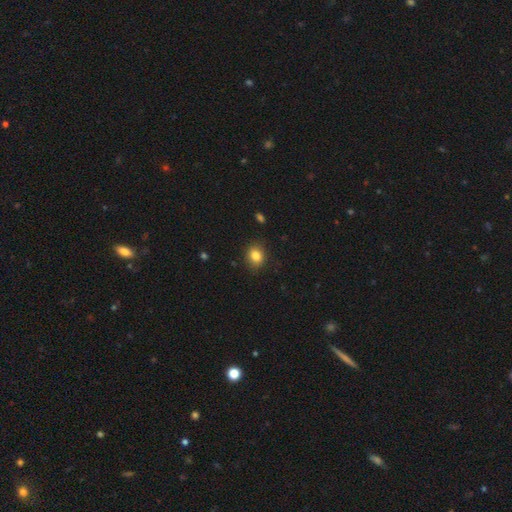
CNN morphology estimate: smooth-or-featured: smooth: 84% | star or artifact: 10% | featured or disk: 6%
  how-rounded: round: 58% | in between: 41% | cigar-shaped: 1%
  merging: none: 86% | minor disturbance: 10% | major disturbance: 3% | merger: 1%